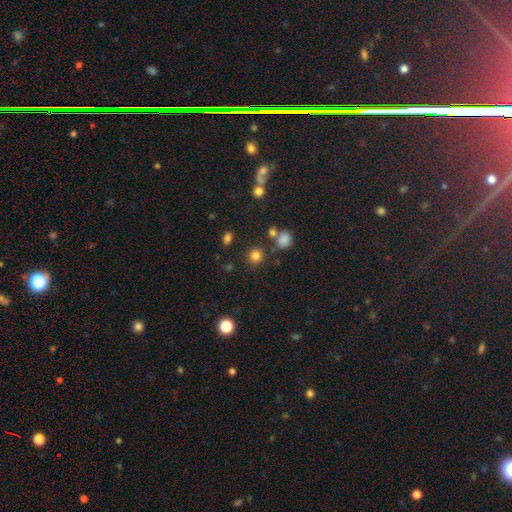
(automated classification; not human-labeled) Q: Smooth or featured?
A: smooth (80%); runner-up: star or artifact (15%)
Q: How rounded?
A: round (90%); runner-up: in between (9%)
Q: Merging?
A: none (81%); runner-up: minor disturbance (8%)